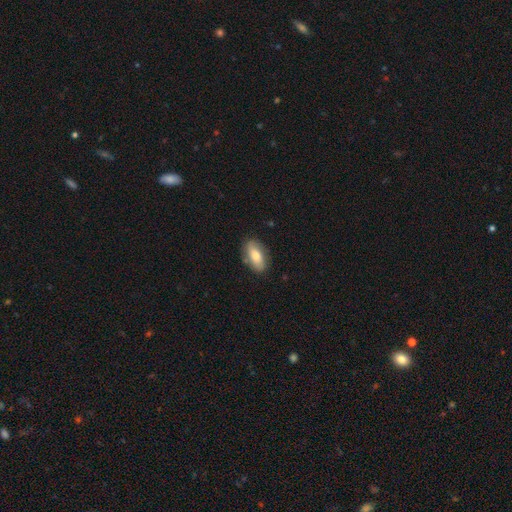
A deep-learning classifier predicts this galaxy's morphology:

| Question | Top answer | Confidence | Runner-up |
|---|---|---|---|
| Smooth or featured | smooth | 70% | featured or disk (23%) |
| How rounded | in between | 89% | cigar-shaped (6%) |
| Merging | none | 81% | minor disturbance (14%) |